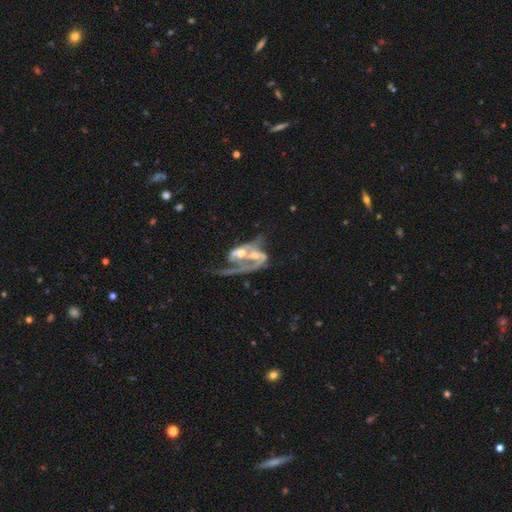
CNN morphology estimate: smooth-or-featured: featured or disk: 79% | smooth: 14% | star or artifact: 7%
  disk-edge-on: no: 96% | yes: 4%
    bar: no: 50% | weak: 33% | strong: 17%
    has-spiral-arms: yes: 78% | no: 22%
      spiral-winding: loose: 51% | medium: 32% | tight: 17%
      spiral-arm-count: 2: 44% | 1: 39% | can't tell: 12% | 3: 2% | 4: 1% | more than 4: 1%
    bulge-size: moderate: 56% | small: 22% | large: 11% | none: 9% | dominant: 2%
  merging: merger: 65% | major disturbance: 19% | none: 10% | minor disturbance: 6%